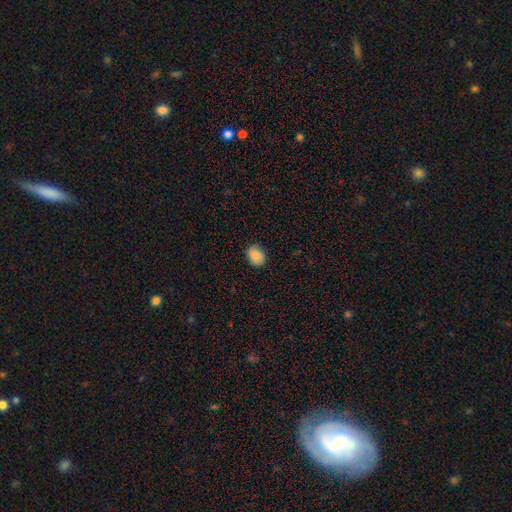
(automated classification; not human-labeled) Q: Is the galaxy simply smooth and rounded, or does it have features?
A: smooth — 88%.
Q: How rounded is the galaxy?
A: in between — 55%.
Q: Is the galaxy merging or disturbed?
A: none — 82%.